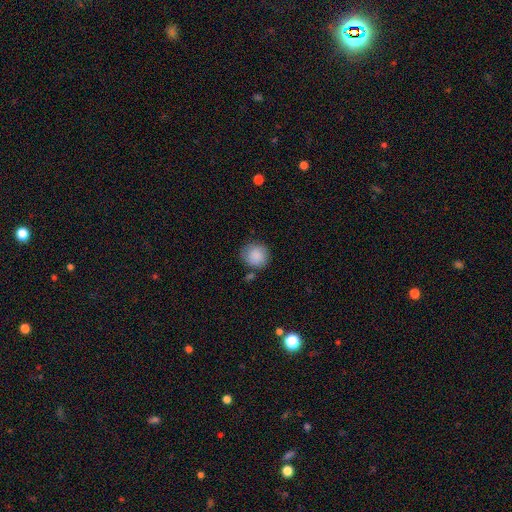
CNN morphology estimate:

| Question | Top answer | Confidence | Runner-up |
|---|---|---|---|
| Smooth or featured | smooth | 88% | star or artifact (8%) |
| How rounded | round | 89% | in between (10%) |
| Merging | none | 75% | minor disturbance (16%) |